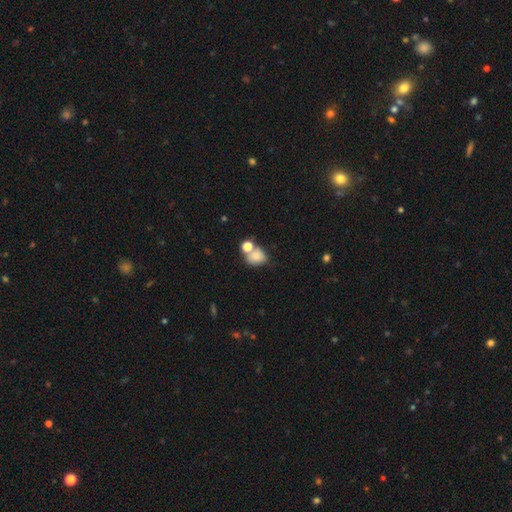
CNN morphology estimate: Q: Smooth or featured?
A: smooth (77%); runner-up: featured or disk (12%)
Q: How rounded?
A: round (51%); runner-up: in between (48%)
Q: Merging?
A: none (40%); runner-up: merger (39%)